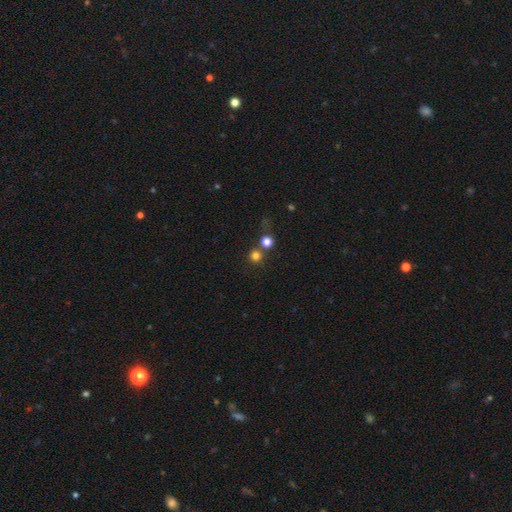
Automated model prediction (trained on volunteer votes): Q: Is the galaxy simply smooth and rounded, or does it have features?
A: smooth — 76%.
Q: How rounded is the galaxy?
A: round — 94%.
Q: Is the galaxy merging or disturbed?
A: none — 72%.